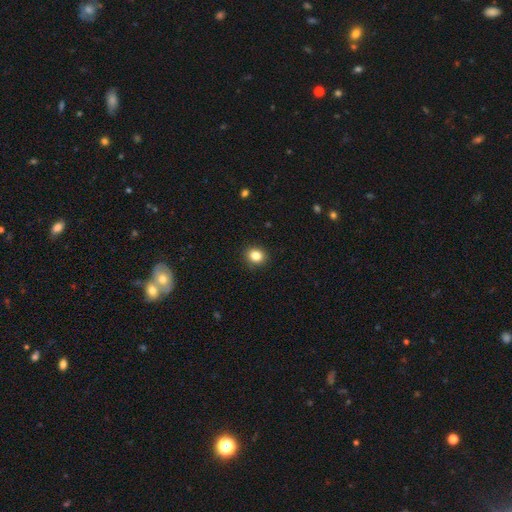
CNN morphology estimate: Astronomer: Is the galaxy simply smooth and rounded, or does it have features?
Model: smooth — 84%.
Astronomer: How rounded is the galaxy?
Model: round — 71%.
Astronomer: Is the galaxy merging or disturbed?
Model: none — 90%.